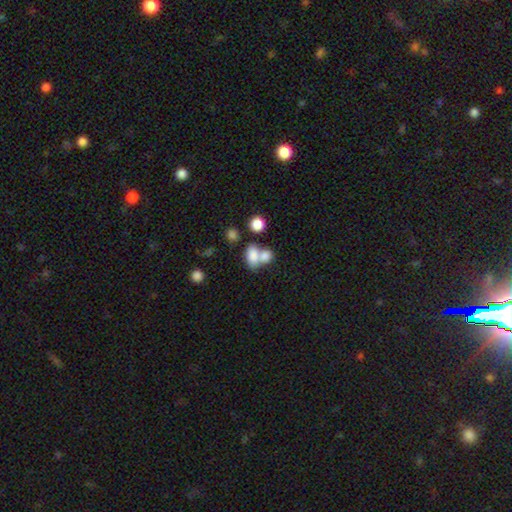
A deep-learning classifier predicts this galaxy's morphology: The model was most divided on "merging": merger: 60%, none: 27%, minor disturbance: 8%, major disturbance: 5%. More confident: smooth or featured — smooth (78%); how rounded — in between (78%).